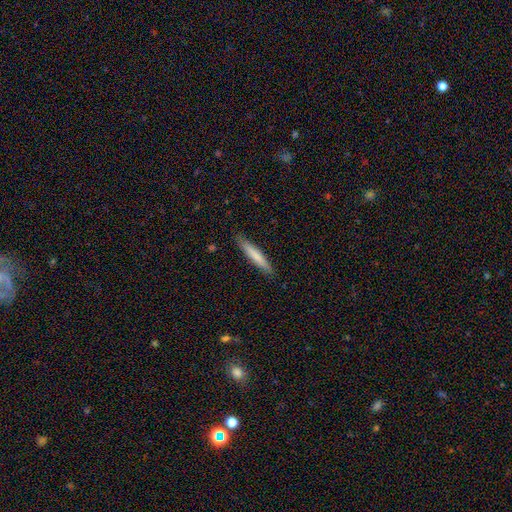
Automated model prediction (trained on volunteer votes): smooth 73%, featured or disk 22%, star or artifact 5%. Down the decision tree: how rounded — cigar-shaped (94%); merging — none (89%).